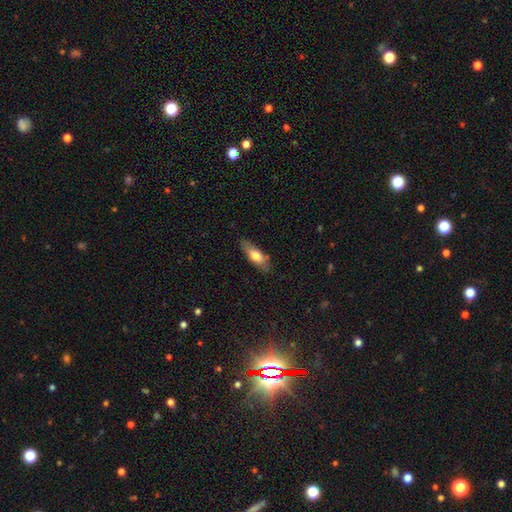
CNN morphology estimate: Q: Smooth or featured?
A: smooth (69%); runner-up: featured or disk (25%)
Q: How rounded?
A: in between (64%); runner-up: cigar-shaped (34%)
Q: Merging?
A: none (79%); runner-up: minor disturbance (17%)